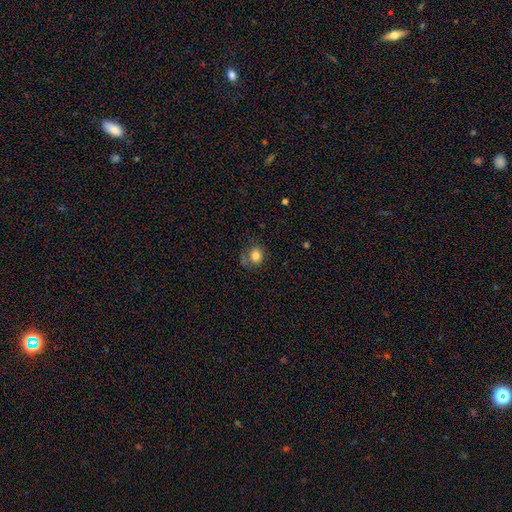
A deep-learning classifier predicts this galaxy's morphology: type=smooth (80%); roundness=round (75%); merging=none (66%).